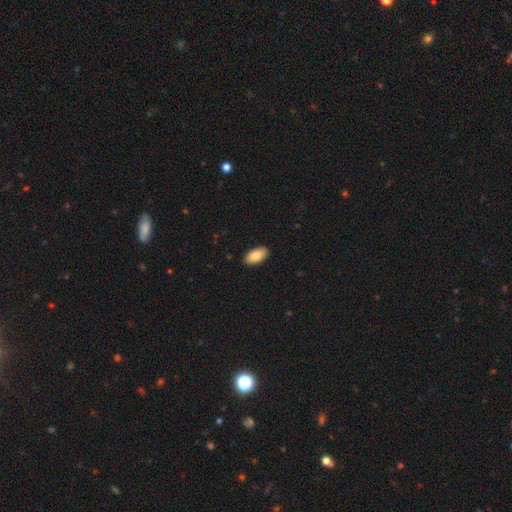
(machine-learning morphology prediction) Smooth or featured? Predicted: smooth (p=0.86). How rounded? Predicted: in between (p=0.95). Merging? Predicted: none (p=0.90).